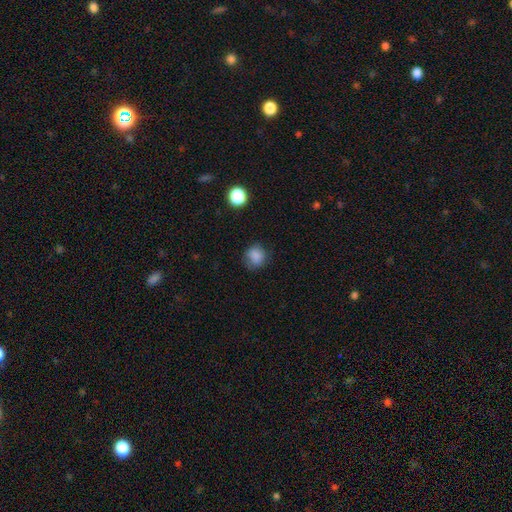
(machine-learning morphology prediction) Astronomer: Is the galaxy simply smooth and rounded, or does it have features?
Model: smooth — 84%.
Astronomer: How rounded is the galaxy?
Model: round — 79%.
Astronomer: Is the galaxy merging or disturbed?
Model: none — 74%.